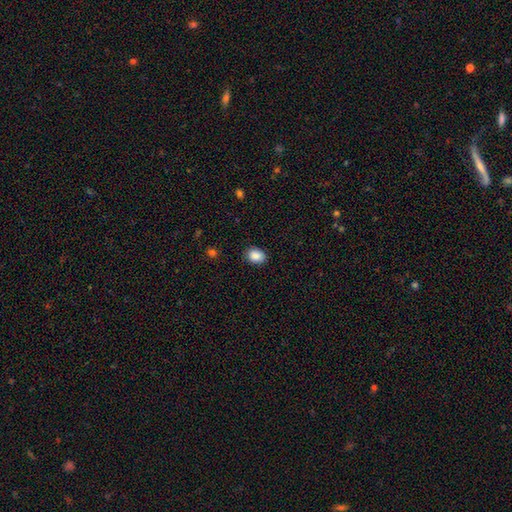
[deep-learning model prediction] smooth 88%, star or artifact 8%, featured or disk 4%. Down the decision tree: how rounded — in between (64%); merging — none (86%).